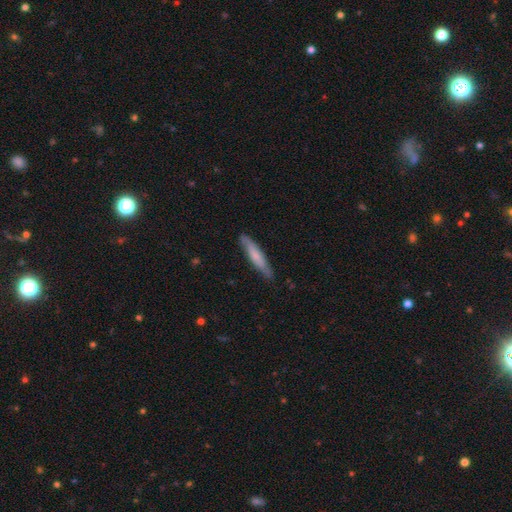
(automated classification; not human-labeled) A smooth galaxy with no disk features (63%) that is cigar-shaped (90%). Merging: none (81%).